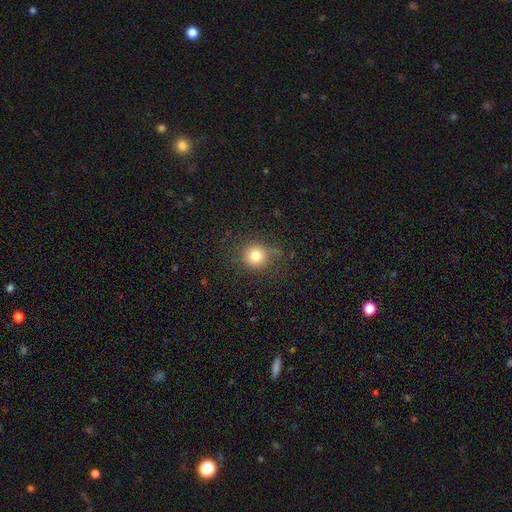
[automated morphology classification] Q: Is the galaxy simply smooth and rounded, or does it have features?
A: smooth — 79%.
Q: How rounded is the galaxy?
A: round — 90%.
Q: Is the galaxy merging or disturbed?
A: none — 78%.